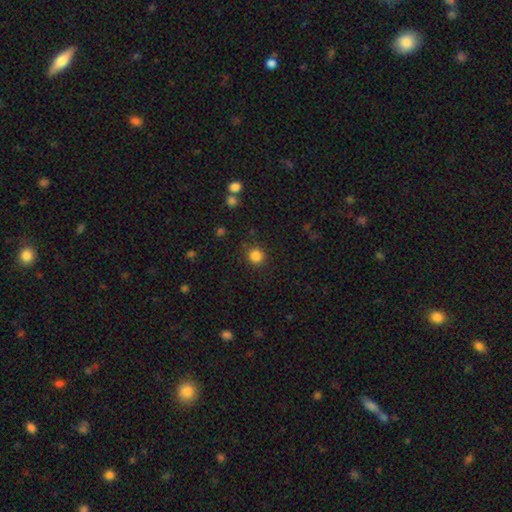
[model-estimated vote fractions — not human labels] The model was most divided on "smooth or featured": smooth: 85%, star or artifact: 12%, featured or disk: 4%. More confident: how rounded — round (93%); merging — none (87%).